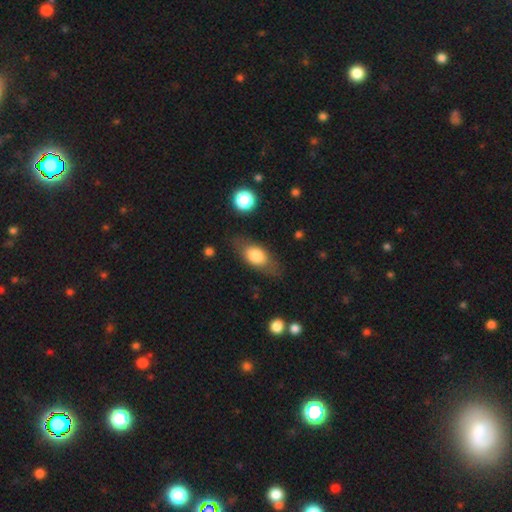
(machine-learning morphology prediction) smooth 73%, featured or disk 20%, star or artifact 7%. Down the decision tree: how rounded — in between (81%); merging — none (72%).